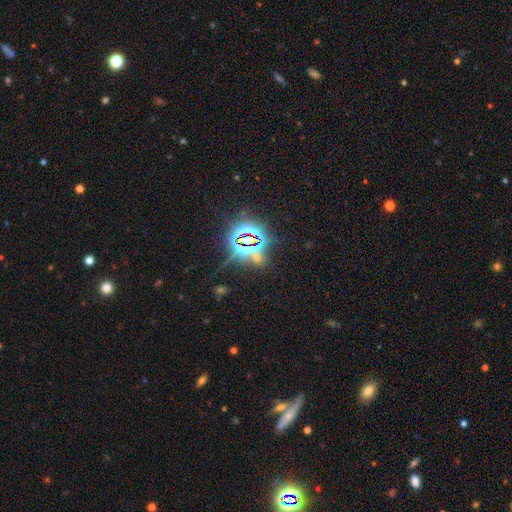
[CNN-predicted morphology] star or artifact 81%, smooth 12%, featured or disk 8%.